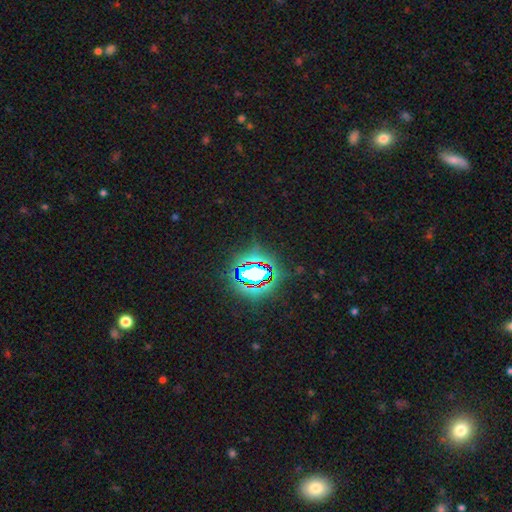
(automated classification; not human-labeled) The model was most divided on "smooth or featured": star or artifact: 80%, smooth: 12%, featured or disk: 8%.